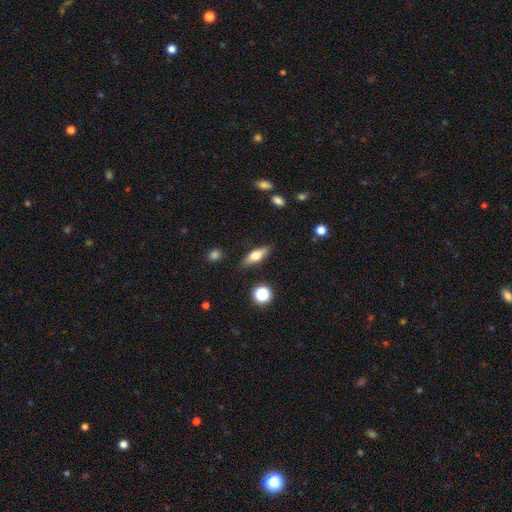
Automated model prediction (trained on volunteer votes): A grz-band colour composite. It shows a smooth galaxy with no disk features (60%) that is in between round and cigar-shaped (55%). Merging: none (84%).